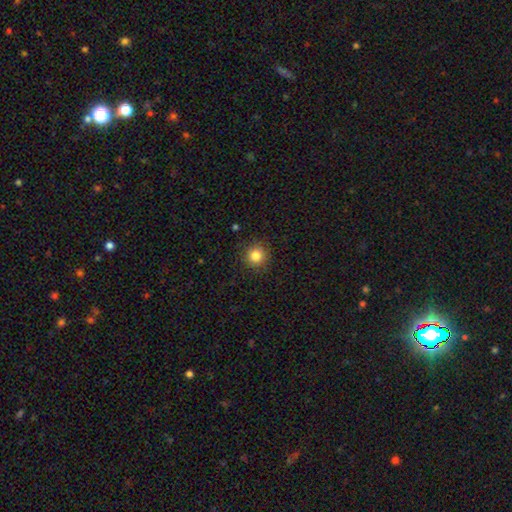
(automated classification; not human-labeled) A smooth galaxy with no disk features (83%) that is round (94%). Merging: none (90%).